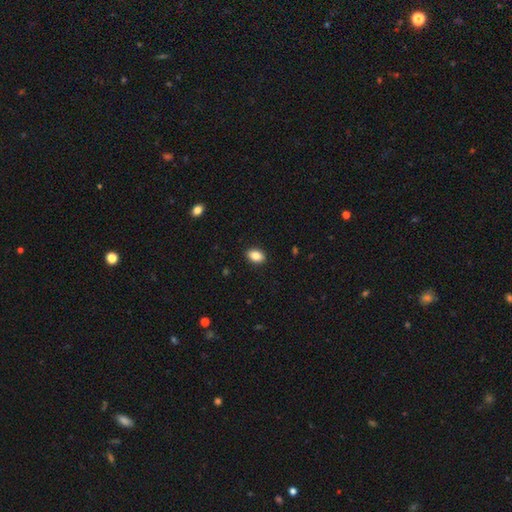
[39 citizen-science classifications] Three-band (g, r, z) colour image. It shows a smooth galaxy with no disk features (90%) that is in between round and cigar-shaped (86%). Merging: none (94%).